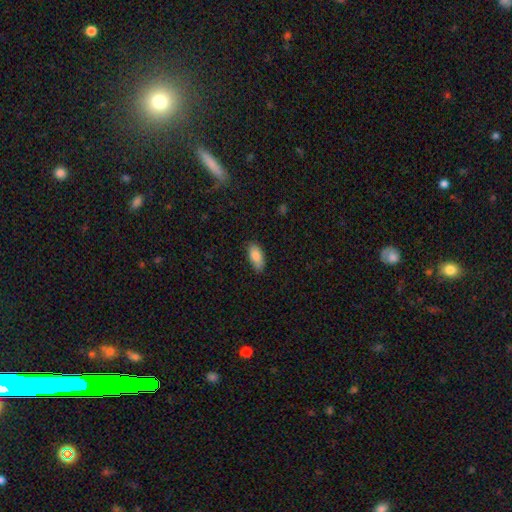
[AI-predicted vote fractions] A smooth galaxy with no disk features (85%) that is in between round and cigar-shaped (88%). Merging: none (83%).